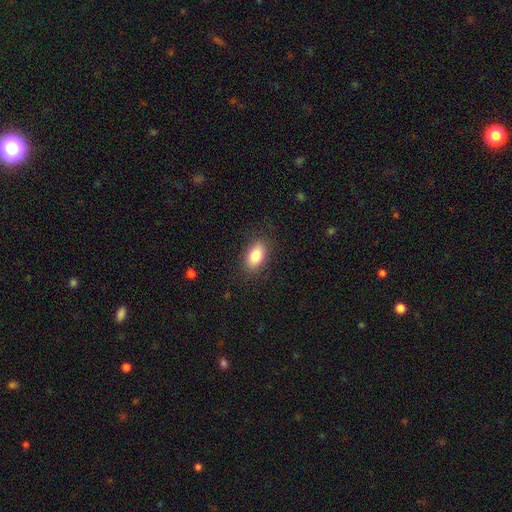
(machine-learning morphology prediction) This appears to be a smooth galaxy with no disk features (85%) that is in between round and cigar-shaped (90%). Merging: none (87%).